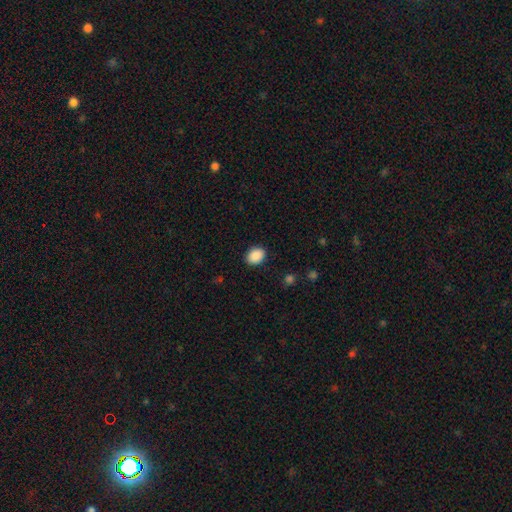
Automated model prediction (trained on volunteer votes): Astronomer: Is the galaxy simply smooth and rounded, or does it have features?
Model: smooth — 90%.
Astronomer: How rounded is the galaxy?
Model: in between — 65%.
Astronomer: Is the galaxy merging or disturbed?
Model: none — 89%.